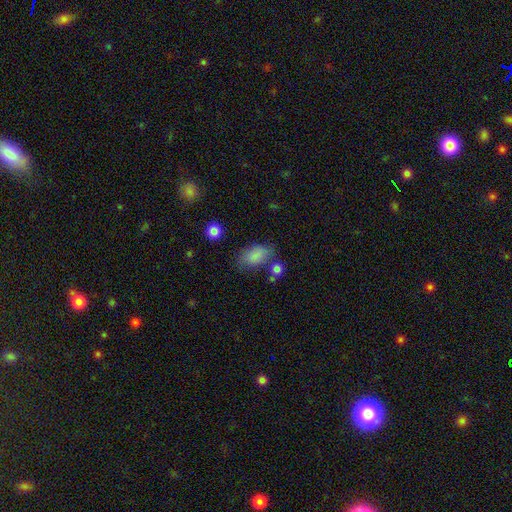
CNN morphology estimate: smooth-or-featured: smooth: 83% | star or artifact: 9% | featured or disk: 8%
  how-rounded: in between: 90% | round: 9% | cigar-shaped: 2%
  merging: none: 60% | minor disturbance: 24% | major disturbance: 9% | merger: 7%